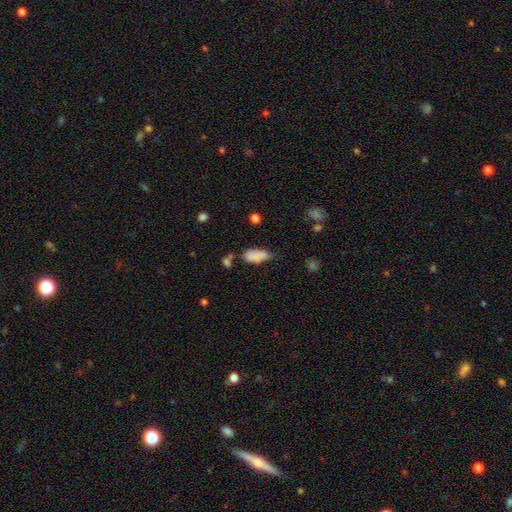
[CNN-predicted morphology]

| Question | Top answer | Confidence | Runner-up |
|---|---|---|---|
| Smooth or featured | smooth | 81% | featured or disk (10%) |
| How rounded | in between | 85% | cigar-shaped (12%) |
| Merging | none | 40% | minor disturbance (33%) |